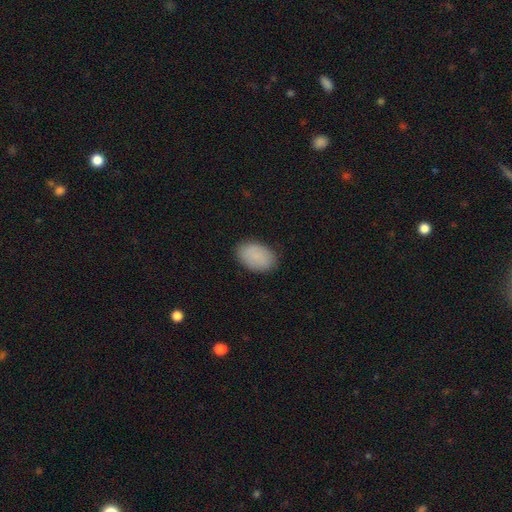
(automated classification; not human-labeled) Smooth or featured? Predicted: smooth (p=0.88). How rounded? Predicted: in between (p=0.89). Merging? Predicted: none (p=0.86).